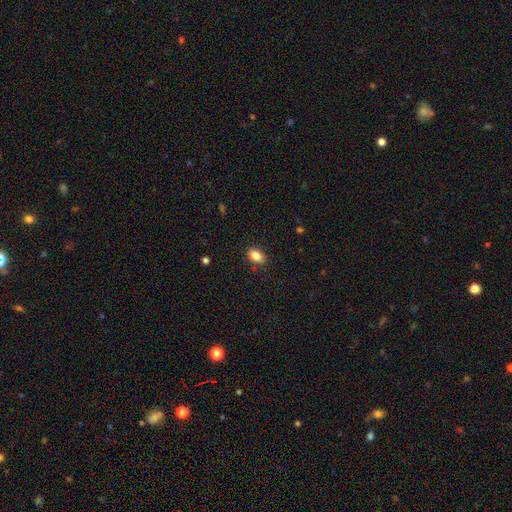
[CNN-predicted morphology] Smooth or featured? Predicted: smooth (p=0.84). How rounded? Predicted: in between (p=0.82). Merging? Predicted: none (p=0.86).